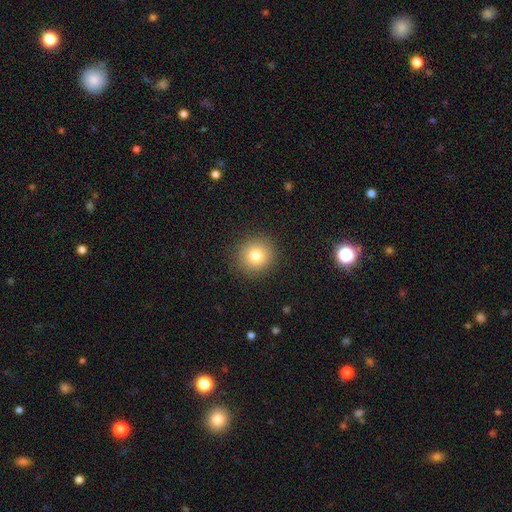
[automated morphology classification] A smooth galaxy with no disk features (80%) that is round (90%).

Vote fractions:
- Smooth or featured? smooth: 80% / star or artifact: 11% / featured or disk: 9%
- How rounded? round: 90% / in between: 9% / cigar-shaped: 1%
- Merging? none: 89% / minor disturbance: 7% / major disturbance: 3% / merger: 1%